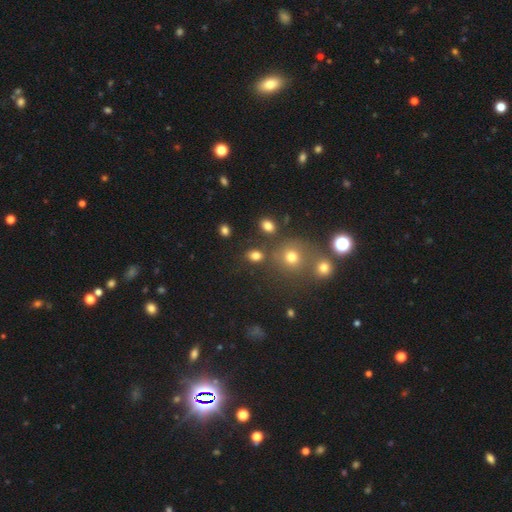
Smooth or featured?
  - smooth: 87% *
  - star or artifact: 10%
  - featured or disk: 3%
How rounded?
  - in between: 65% *
  - round: 35%
  - cigar-shaped: 0%
Merging?
  - none: 69% *
  - minor disturbance: 14%
  - merger: 14%
  - major disturbance: 3%